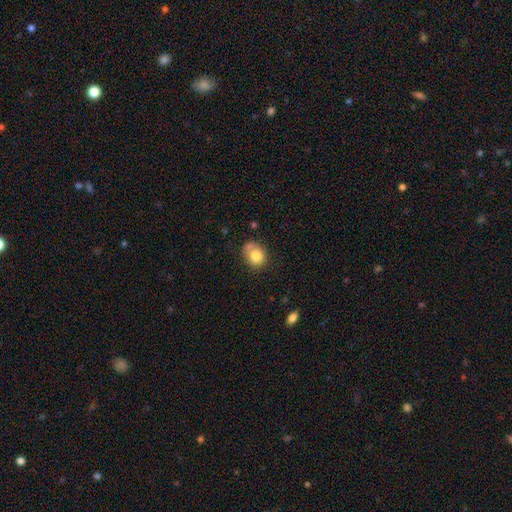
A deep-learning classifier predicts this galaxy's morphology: Overall: smooth (79%). How rounded: round (69%; in between 30%). Merging: none (51%; minor disturbance 22%).